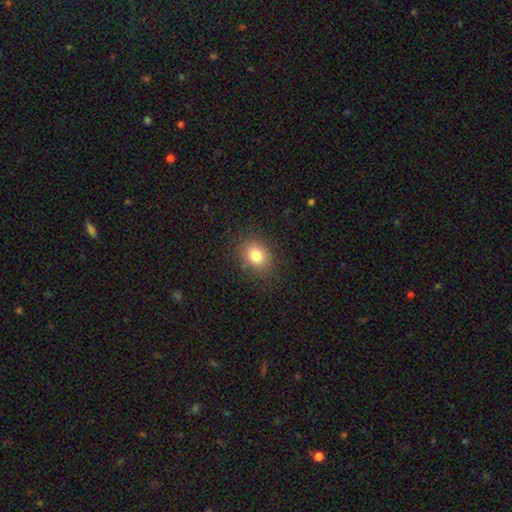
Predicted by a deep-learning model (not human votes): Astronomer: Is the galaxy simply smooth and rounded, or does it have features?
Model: smooth — 81%.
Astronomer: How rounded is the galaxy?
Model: round — 53% (runner-up: in between, 46%).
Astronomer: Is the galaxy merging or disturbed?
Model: none — 85%.